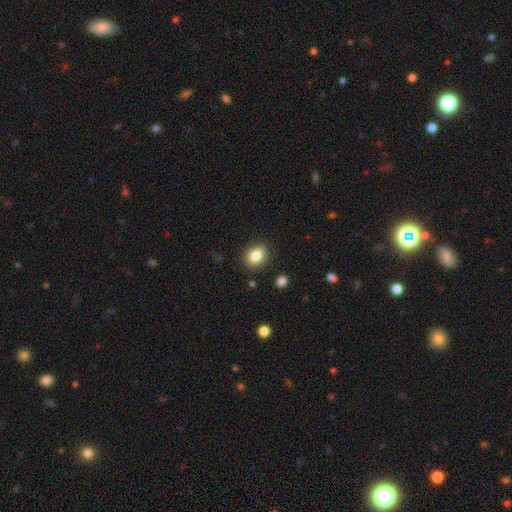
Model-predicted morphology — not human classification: The model was most divided on "how rounded": in between: 58%, round: 41%, cigar-shaped: 1%. More confident: merging — none (87%); smooth or featured — smooth (83%).